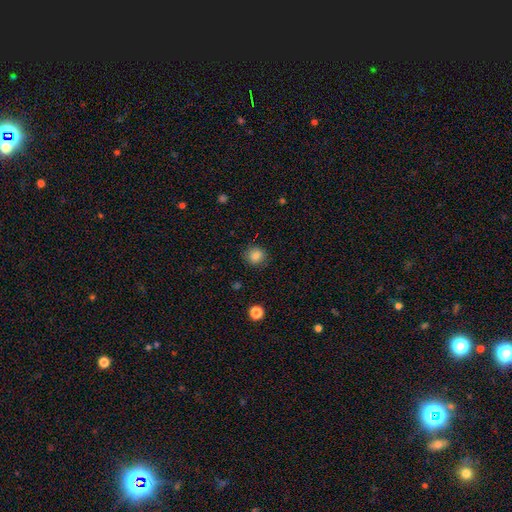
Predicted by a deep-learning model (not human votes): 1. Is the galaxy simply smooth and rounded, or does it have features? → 83% smooth, 11% star or artifact, 6% featured or disk.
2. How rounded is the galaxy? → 90% round, 9% in between, 1% cigar-shaped.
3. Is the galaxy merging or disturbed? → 89% none, 8% minor disturbance, 2% major disturbance, 1% merger.